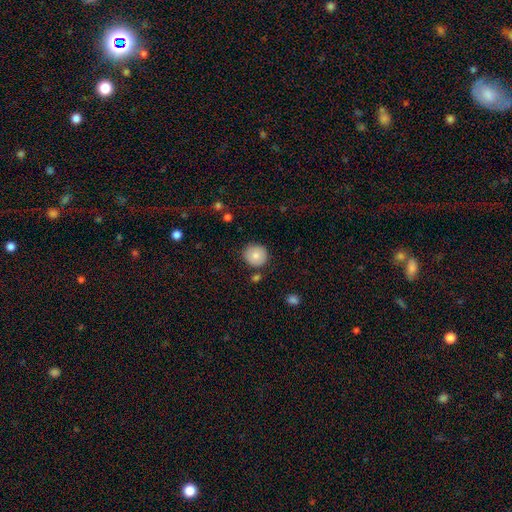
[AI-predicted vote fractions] Morphology: type=smooth (81%); roundness=round (92%); merging=none (85%).